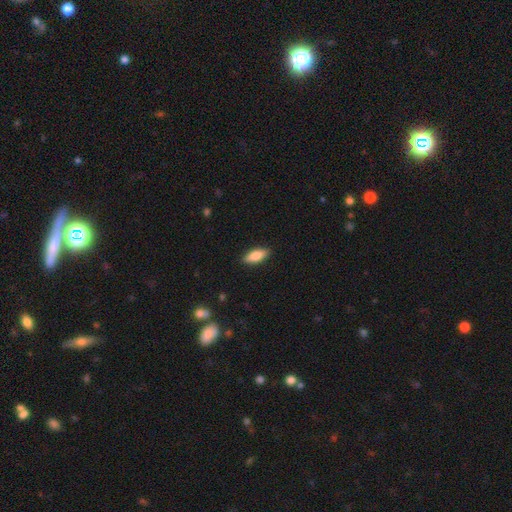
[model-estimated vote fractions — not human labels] The model was most divided on "how rounded": in between: 74%, cigar-shaped: 24%, round: 2%. More confident: merging — none (89%); smooth or featured — smooth (79%).